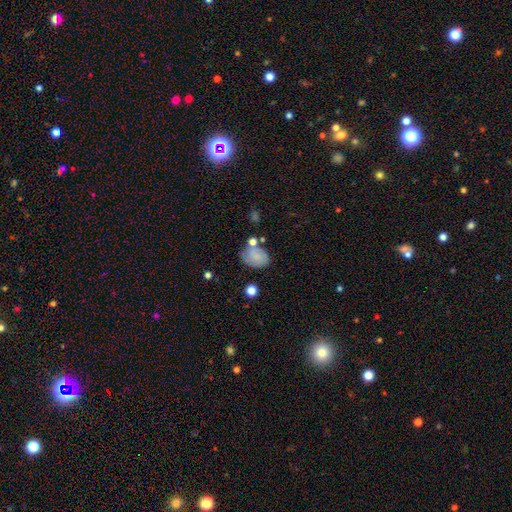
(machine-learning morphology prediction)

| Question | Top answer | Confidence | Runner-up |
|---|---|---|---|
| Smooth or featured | smooth | 69% | featured or disk (22%) |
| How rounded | in between | 55% | round (43%) |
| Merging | none | 53% | minor disturbance (23%) |